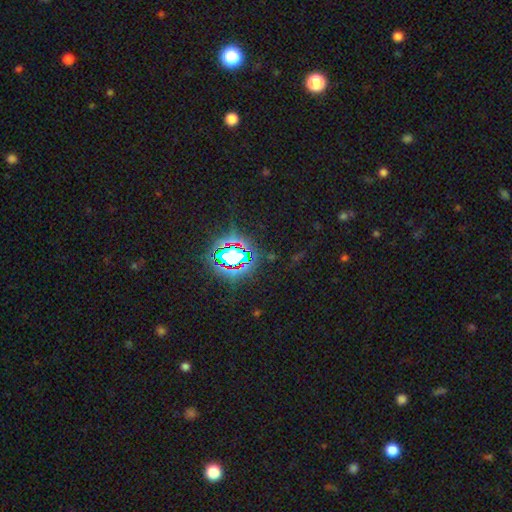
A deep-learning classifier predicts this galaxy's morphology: Overall: star or artifact (80%).